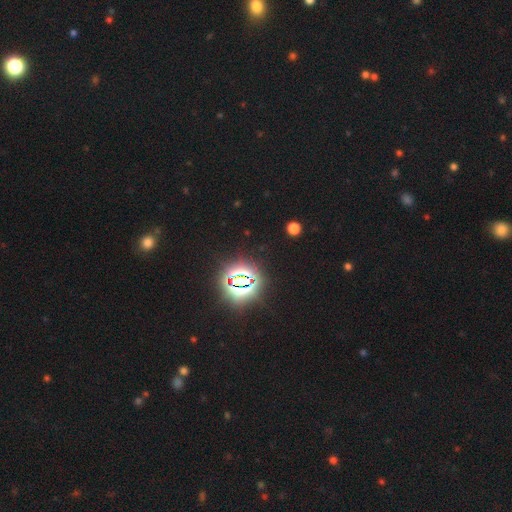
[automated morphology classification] smooth_or_featured: star or artifact (p=0.82) [alt: smooth p=0.12]